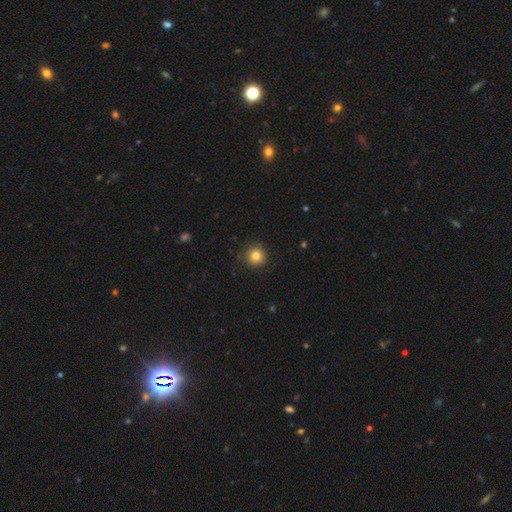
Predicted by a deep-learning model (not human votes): Smooth or featured? smooth (83%)
How rounded? round (94%)
Merging? none (90%)